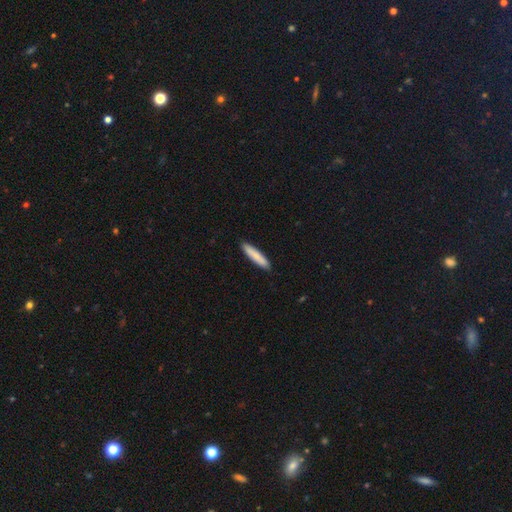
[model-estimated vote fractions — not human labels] smooth_or_featured: smooth (p=0.84) [alt: featured or disk p=0.11]
how_rounded: cigar-shaped (p=0.88) [alt: in between p=0.11]
merging: none (p=0.90) [alt: minor disturbance p=0.08]